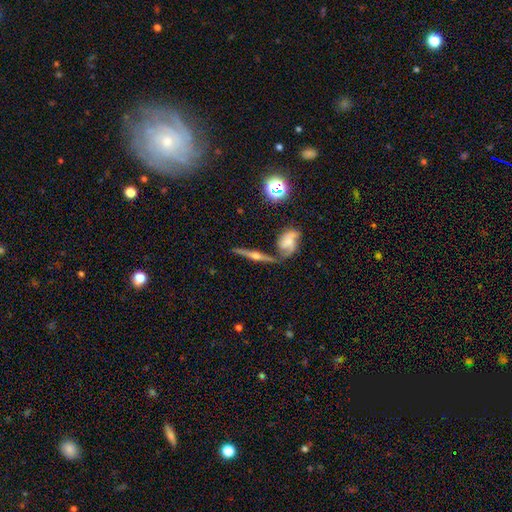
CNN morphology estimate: type=featured or disk (79%); edge-on=yes (92%); edge-on bulge=rounded (93%); merging=none (69%).